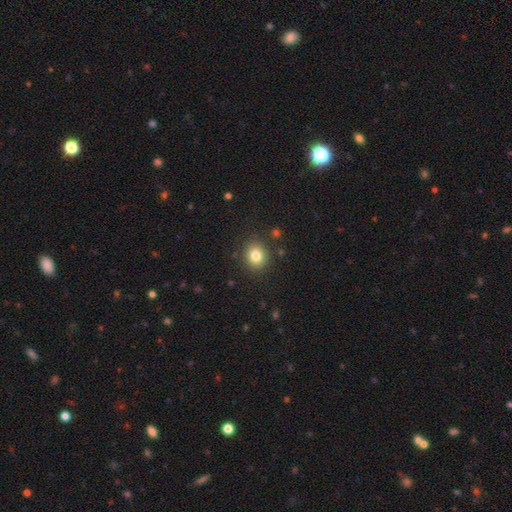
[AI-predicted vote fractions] This is clearly a smooth galaxy (81%). How rounded: likely round (75%). Merging: clearly none (87%).